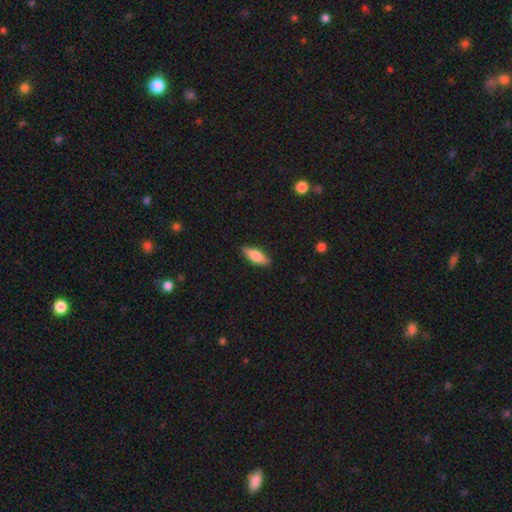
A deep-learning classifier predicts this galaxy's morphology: type=smooth (74%); roundness=in between (63%); merging=none (86%).